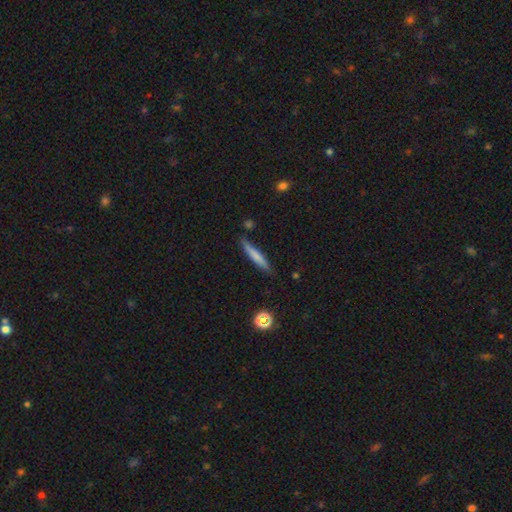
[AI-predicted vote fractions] Smooth or featured? smooth (70%)
How rounded? cigar-shaped (92%)
Merging? none (82%)